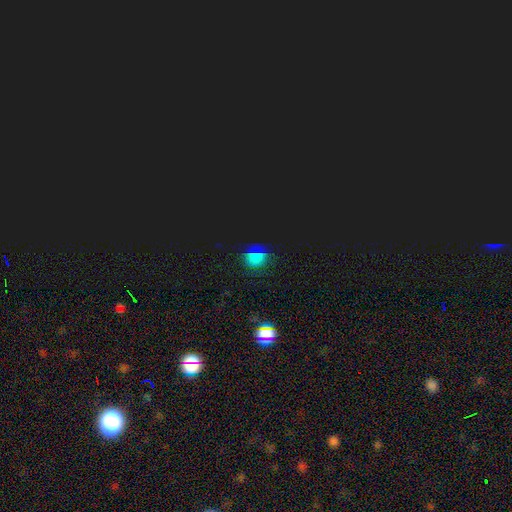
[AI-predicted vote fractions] This is possibly a star or artifact rather than a galaxy (51%).